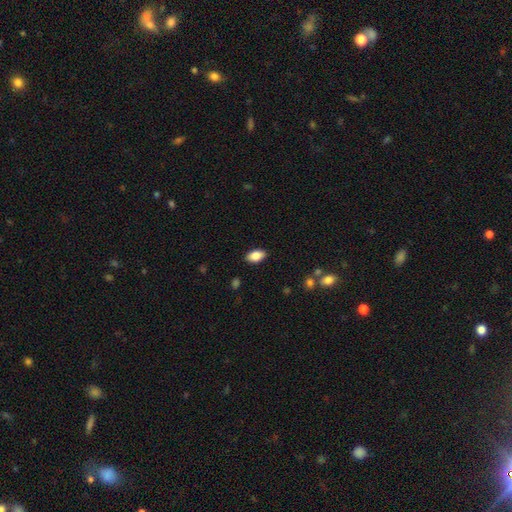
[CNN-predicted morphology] This appears to be a smooth galaxy with no disk features (85%) that is in between round and cigar-shaped (92%). Merging: none (88%).